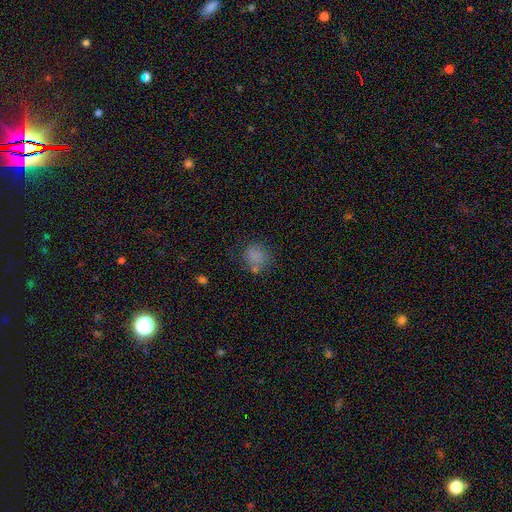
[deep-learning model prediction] Overall: smooth (78%). How rounded: round (75%). Merging: none (65%).